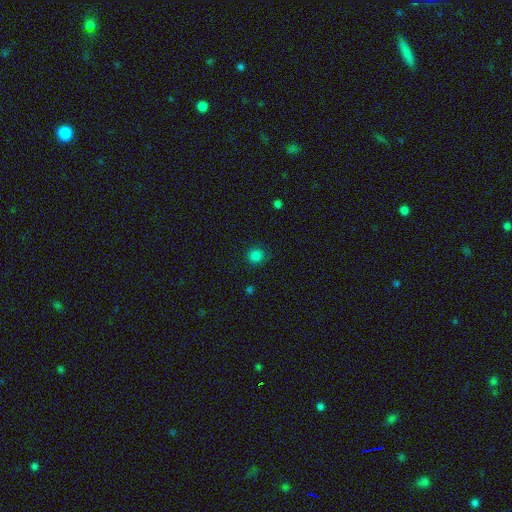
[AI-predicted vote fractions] Smooth or featured? Predicted: smooth (p=0.82). How rounded? Predicted: round (p=0.90). Merging? Predicted: none (p=0.88).